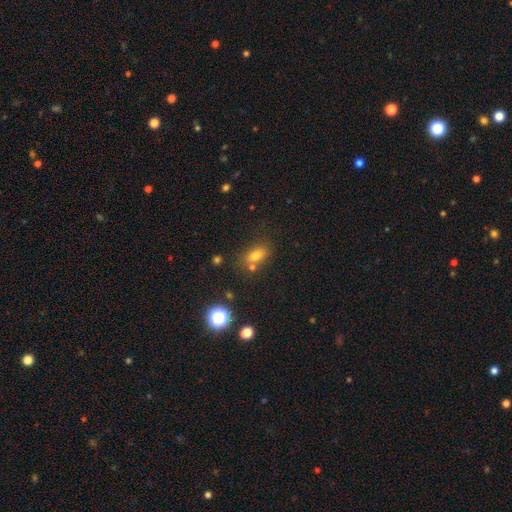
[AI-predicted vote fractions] The model was most divided on "merging": none: 65%, merger: 17%, minor disturbance: 14%, major disturbance: 5%. More confident: how rounded — in between (76%); smooth or featured — smooth (73%).